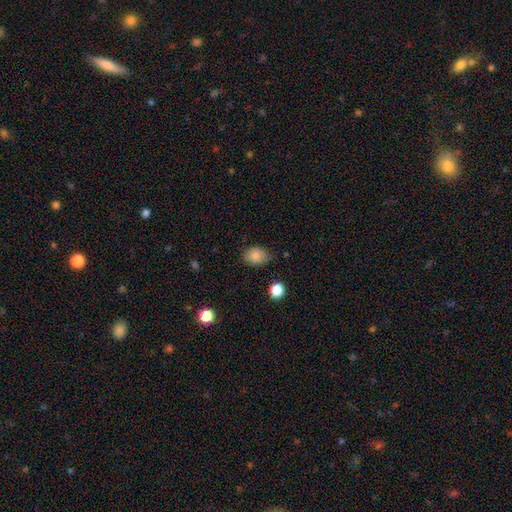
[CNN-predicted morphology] This is clearly a smooth galaxy (86%). How rounded: likely in between (70%). Merging: likely none (71%).